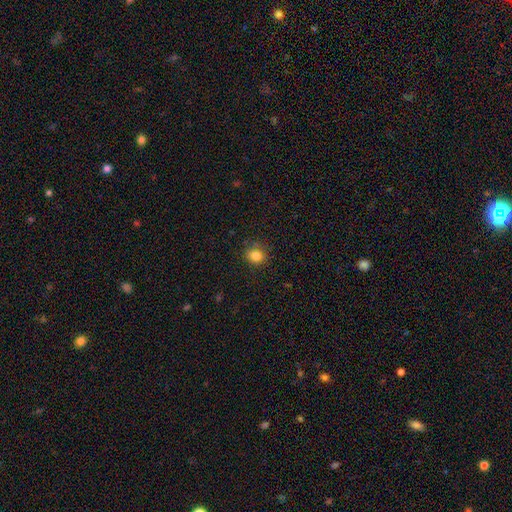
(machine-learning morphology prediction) This appears to be a smooth galaxy with no disk features (83%) that is round (76%). Merging: none (82%).